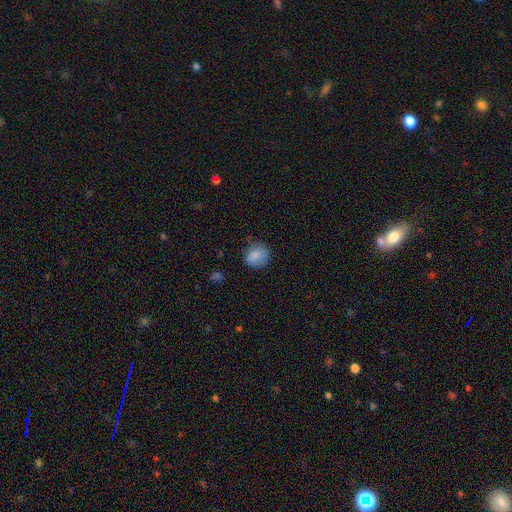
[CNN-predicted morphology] Smooth or featured? Predicted: smooth (p=0.84). How rounded? Predicted: round (p=0.73). Merging? Predicted: none (p=0.71).